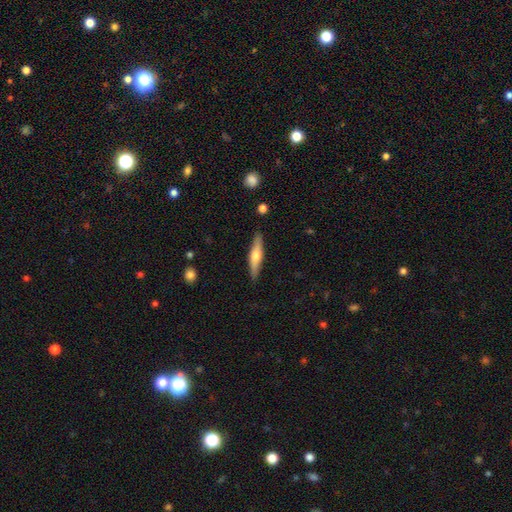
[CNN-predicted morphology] Smooth or featured? Predicted: featured or disk (p=0.49). Merging? Predicted: none (p=0.88).